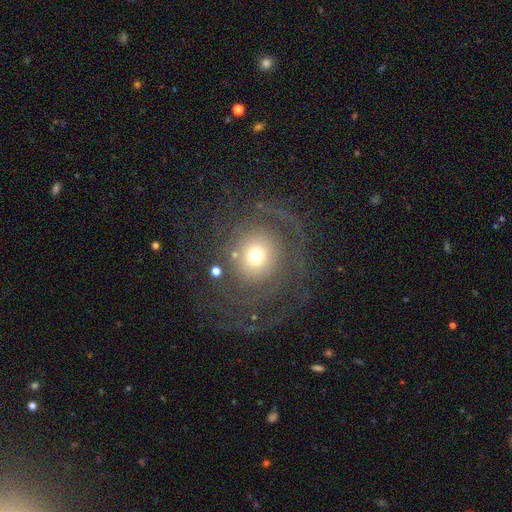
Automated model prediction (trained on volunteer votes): Morphology: type=featured or disk (53%); edge-on=no (96%); bar=no (86%); spiral arms=yes (67%); bulge=moderate (51%); merging=none (64%).